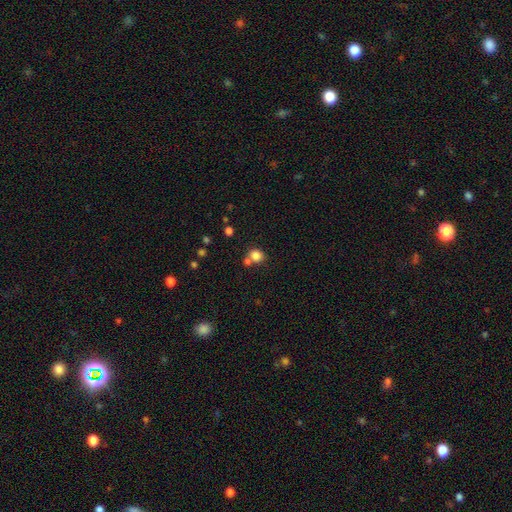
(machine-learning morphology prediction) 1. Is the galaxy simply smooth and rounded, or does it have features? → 82% smooth, 12% star or artifact, 6% featured or disk.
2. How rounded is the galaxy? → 73% round, 26% in between, 1% cigar-shaped.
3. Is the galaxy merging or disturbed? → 56% none, 29% merger, 11% minor disturbance, 4% major disturbance.